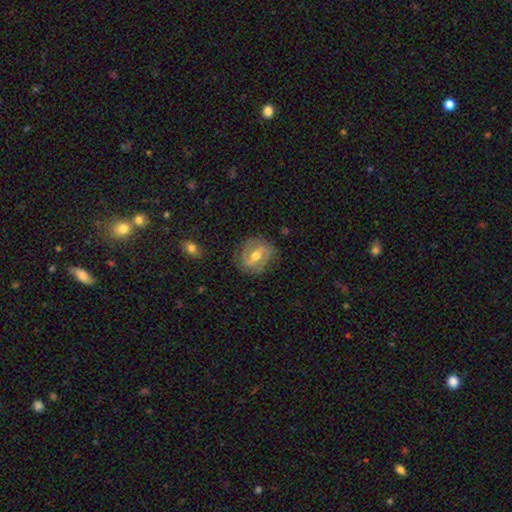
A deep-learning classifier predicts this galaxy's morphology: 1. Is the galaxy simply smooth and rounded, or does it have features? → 69% featured or disk, 24% smooth, 7% star or artifact.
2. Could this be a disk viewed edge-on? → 95% no, 5% yes.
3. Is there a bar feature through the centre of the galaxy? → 42% weak, 39% strong, 19% no.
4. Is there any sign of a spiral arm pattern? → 74% yes, 26% no.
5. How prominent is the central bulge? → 75% moderate, 15% small, 8% large, 1% none, 1% dominant.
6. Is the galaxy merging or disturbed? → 75% none, 17% minor disturbance, 7% major disturbance, 1% merger.